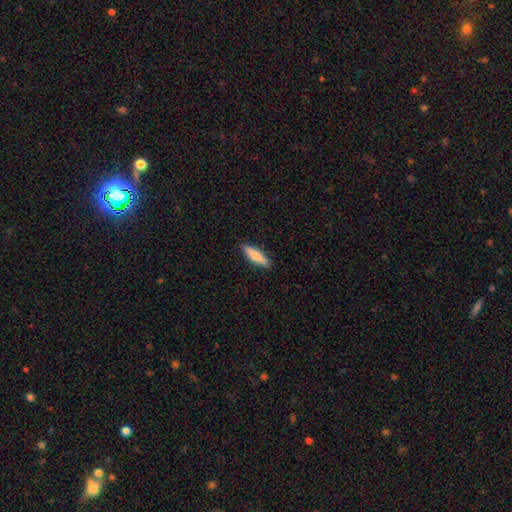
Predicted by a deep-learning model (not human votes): Smooth or featured: smooth — 79% (featured or disk — 16%)
How rounded: cigar-shaped — 61% (in between — 37%)
Merging: none — 89% (minor disturbance — 9%)